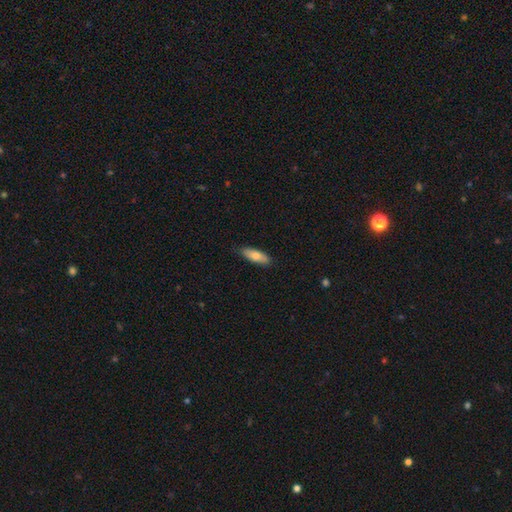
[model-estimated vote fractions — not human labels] The model was most divided on "how rounded": in between: 58%, cigar-shaped: 40%, round: 2%. More confident: merging — none (85%); smooth or featured — smooth (76%).